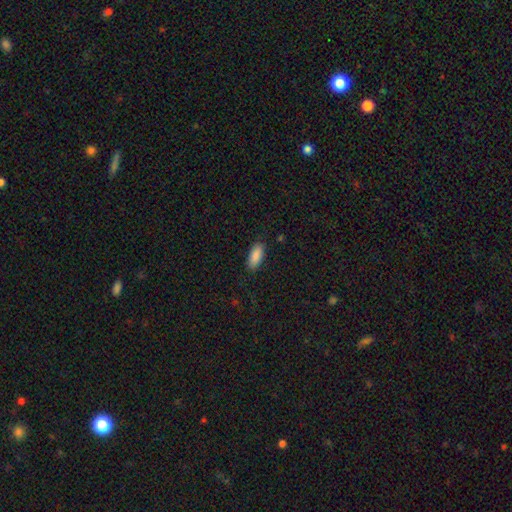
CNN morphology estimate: smooth-or-featured: smooth: 89% | star or artifact: 6% | featured or disk: 4%
  how-rounded: in between: 83% | cigar-shaped: 15% | round: 2%
  merging: none: 87% | minor disturbance: 10% | major disturbance: 2% | merger: 1%